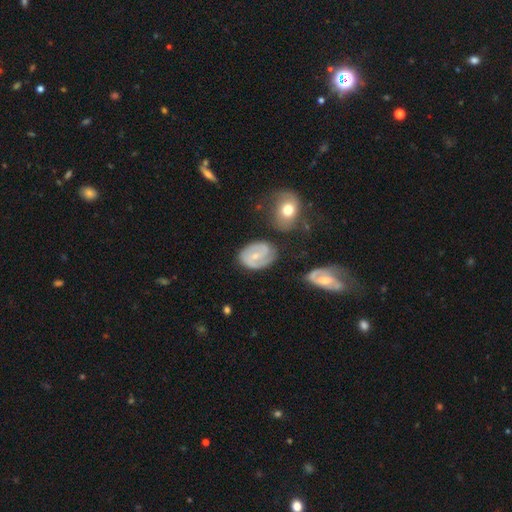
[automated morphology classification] Q: Smooth or featured?
A: featured or disk (70%); runner-up: smooth (23%)
Q: Edge-on disk?
A: no (97%); runner-up: yes (3%)
Q: Bar?
A: no (50%); runner-up: weak (40%)
Q: Spiral arms?
A: yes (89%); runner-up: no (11%)
Q: Spiral winding?
A: tight (48%); runner-up: medium (38%)
Q: Spiral arm count?
A: 2 (64%); runner-up: can't tell (17%)
Q: Bulge size?
A: small (66%); runner-up: moderate (29%)
Q: Merging?
A: none (63%); runner-up: minor disturbance (22%)